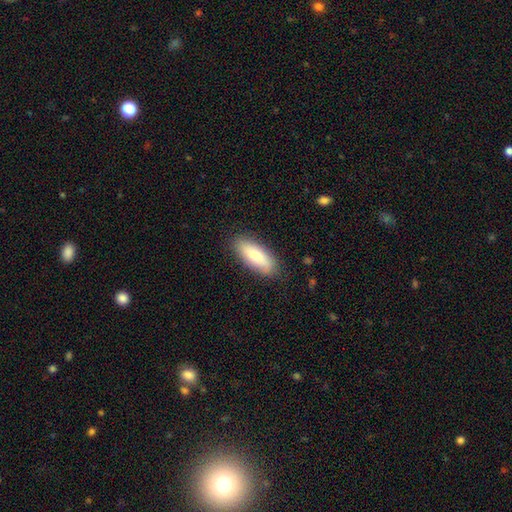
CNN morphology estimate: Smooth or featured: smooth — 77% (featured or disk — 17%)
How rounded: in between — 73% (cigar-shaped — 25%)
Merging: none — 85% (minor disturbance — 12%)